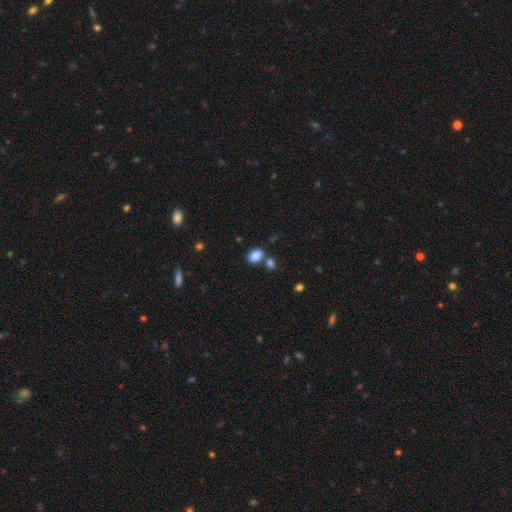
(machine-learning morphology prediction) smooth_or_featured: smooth (p=0.86) [alt: star or artifact p=0.09]
how_rounded: in between (p=0.80) [alt: round p=0.19]
merging: none (p=0.61) [alt: merger p=0.23]